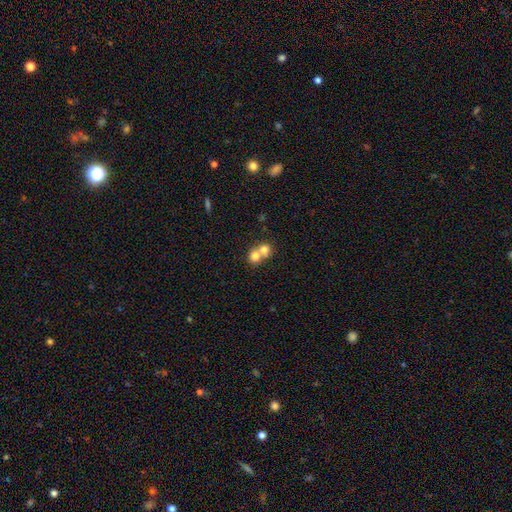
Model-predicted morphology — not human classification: Overall: smooth (75%). How rounded: round (79%). Merging: merger (69%).